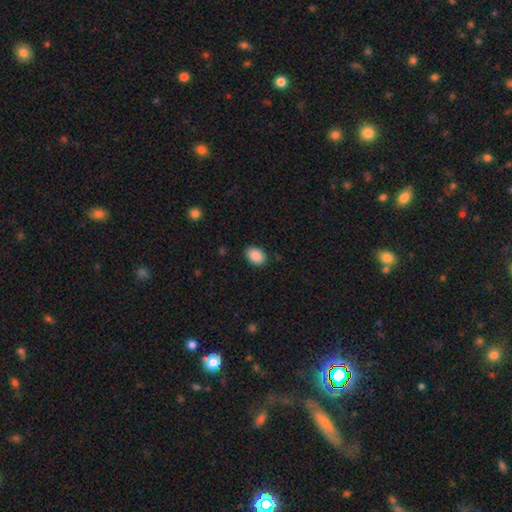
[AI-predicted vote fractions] This appears to be a smooth galaxy with no disk features (89%) that is in between round and cigar-shaped (77%). Merging: none (87%).